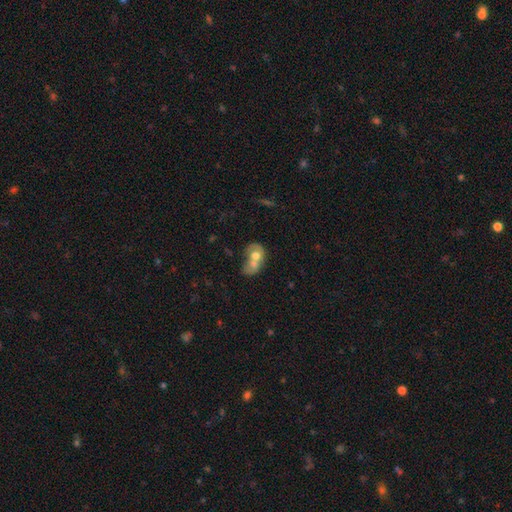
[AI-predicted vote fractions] Smooth or featured: smooth — 58% (featured or disk — 33%)
How rounded: in between — 63% (round — 35%)
Merging: merger — 74% (none — 11%)